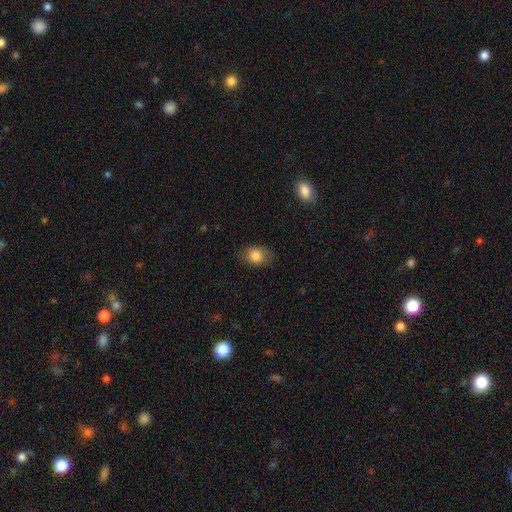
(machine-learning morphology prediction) A smooth galaxy with no disk features (83%) that is in between round and cigar-shaped (68%).

Vote fractions:
- Smooth or featured? smooth: 83% / star or artifact: 9% / featured or disk: 8%
- How rounded? in between: 68% / round: 31% / cigar-shaped: 1%
- Merging? none: 79% / minor disturbance: 16% / major disturbance: 5% / merger: 1%